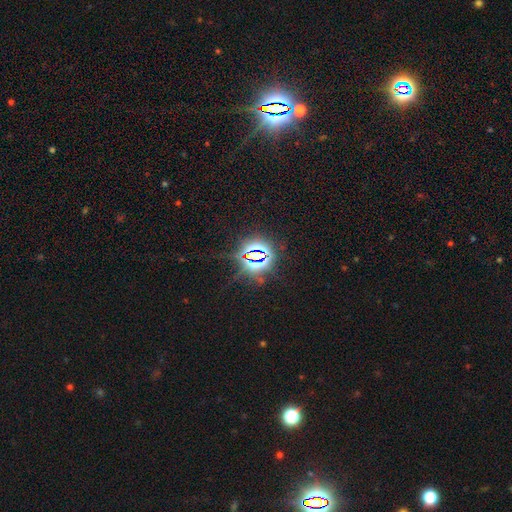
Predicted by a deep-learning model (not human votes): A star or artifact, not a galaxy (82%).

Vote fractions:
- Smooth or featured? star or artifact: 82% / smooth: 10% / featured or disk: 8%